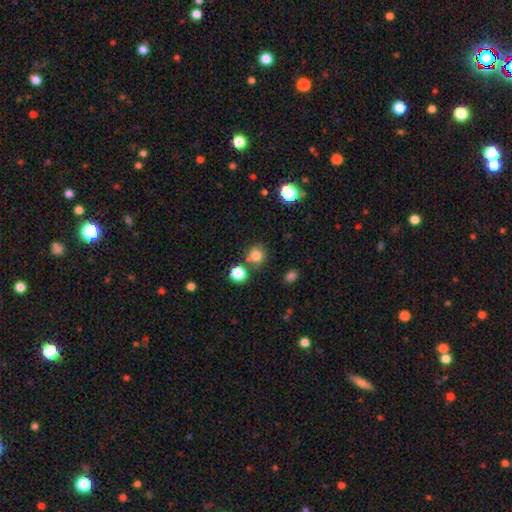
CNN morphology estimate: This appears to be a smooth galaxy with no disk features (80%) that is round (88%). Merging: none (71%).